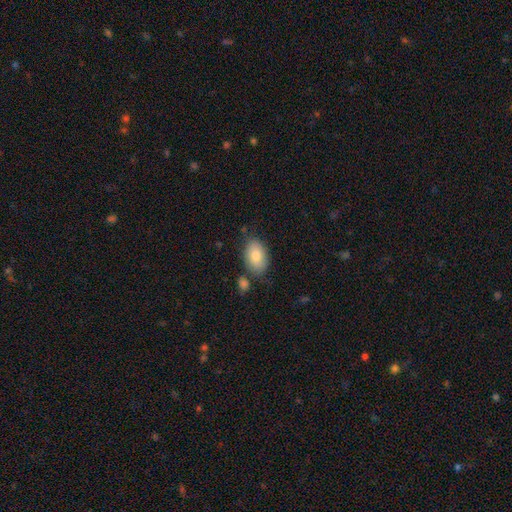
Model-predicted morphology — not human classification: smooth-or-featured: smooth: 81% | featured or disk: 13% | star or artifact: 6%
  how-rounded: in between: 90% | round: 8% | cigar-shaped: 1%
  merging: none: 74% | minor disturbance: 16% | merger: 7% | major disturbance: 4%